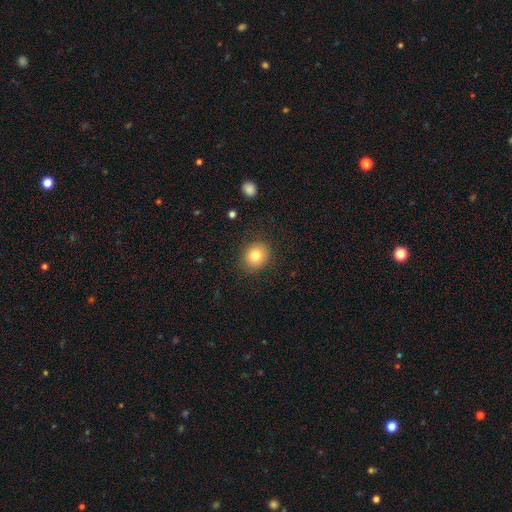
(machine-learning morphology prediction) The model was most divided on "how rounded": round: 77%, in between: 22%, cigar-shaped: 1%. More confident: merging — none (87%); smooth or featured — smooth (81%).